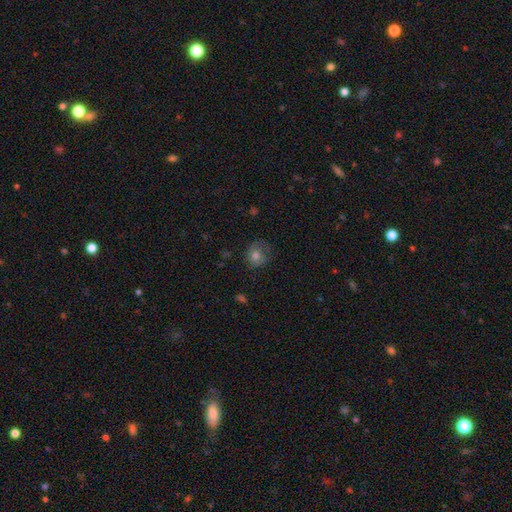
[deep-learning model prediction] Smooth or featured?
  - smooth: 64% *
  - featured or disk: 23%
  - star or artifact: 13%
How rounded?
  - round: 81% *
  - in between: 18%
  - cigar-shaped: 1%
Merging?
  - none: 61% *
  - minor disturbance: 24%
  - major disturbance: 14%
  - merger: 1%